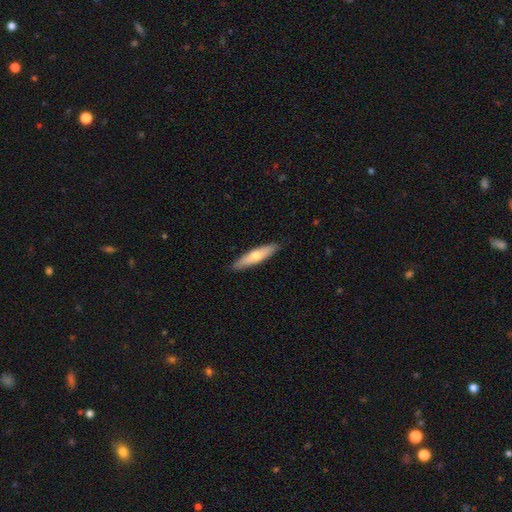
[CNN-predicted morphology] type=smooth (62%); roundness=cigar-shaped (74%); merging=none (88%).